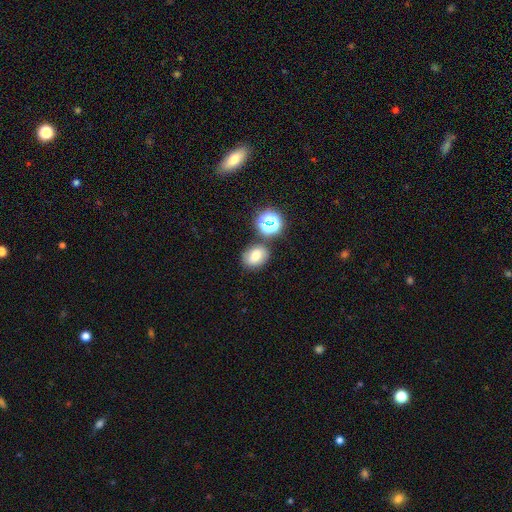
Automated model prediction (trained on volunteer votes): Q: Smooth or featured?
A: smooth (69%); runner-up: star or artifact (18%)
Q: How rounded?
A: in between (56%); runner-up: round (43%)
Q: Merging?
A: none (73%); runner-up: minor disturbance (13%)